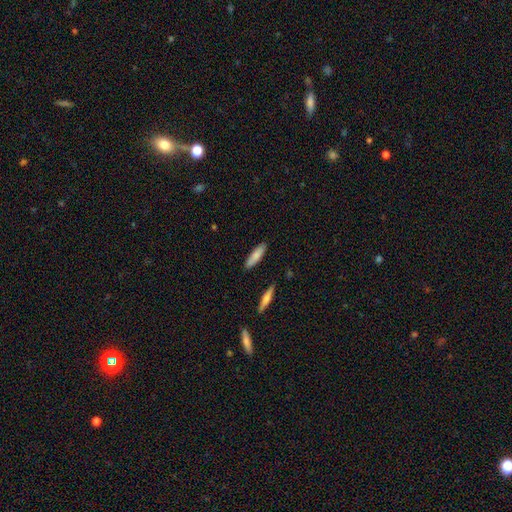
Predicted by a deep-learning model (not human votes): Overall: smooth (82%). How rounded: cigar-shaped (69%; in between 30%). Merging: none (87%).